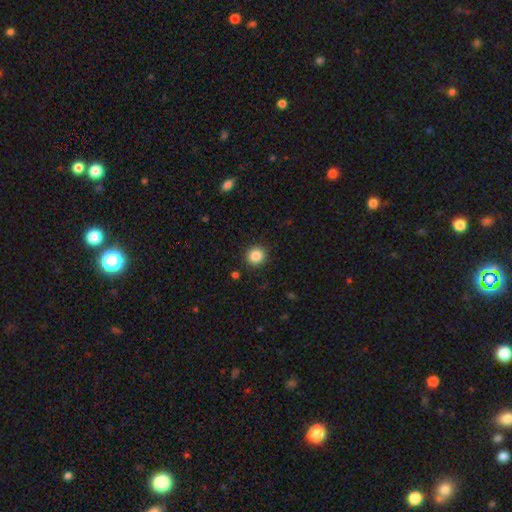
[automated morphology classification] The model was most divided on "smooth or featured": smooth: 86%, star or artifact: 10%, featured or disk: 4%. More confident: merging — none (91%); how rounded — round (91%).